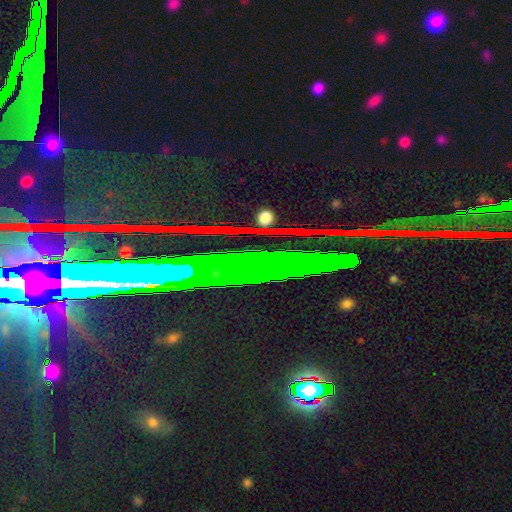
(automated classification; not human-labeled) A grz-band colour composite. It shows a star or artifact, not a galaxy (73%).